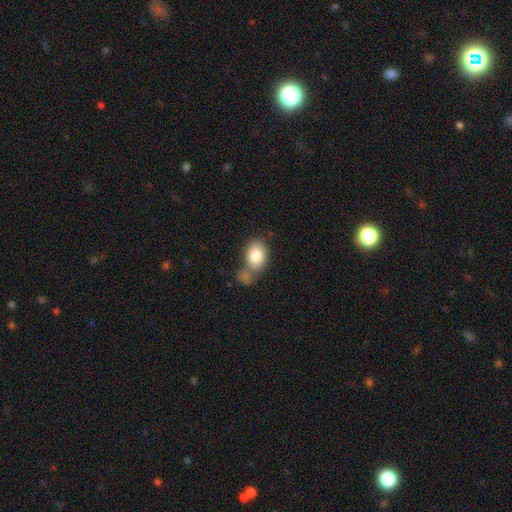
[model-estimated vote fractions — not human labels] A smooth galaxy with no disk features (82%) that is in between round and cigar-shaped (75%).

Vote fractions:
- Smooth or featured? smooth: 82% / featured or disk: 10% / star or artifact: 8%
- How rounded? in between: 75% / round: 24% / cigar-shaped: 1%
- Merging? none: 49% / merger: 26% / minor disturbance: 18% / major disturbance: 7%